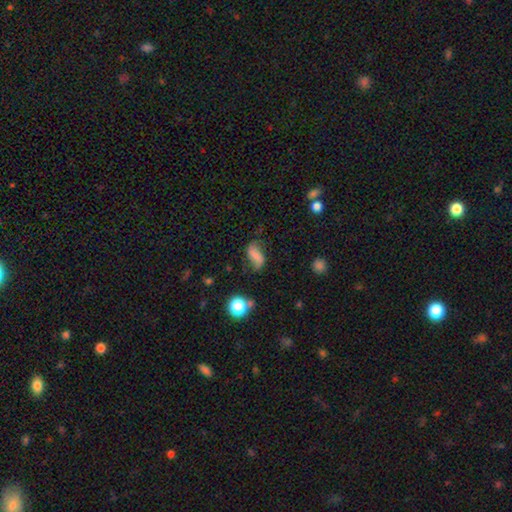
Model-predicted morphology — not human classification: Smooth or featured?
  - featured or disk: 47% *
  - smooth: 42%
  - star or artifact: 11%
Merging?
  - none: 62% *
  - minor disturbance: 23%
  - major disturbance: 11%
  - merger: 4%